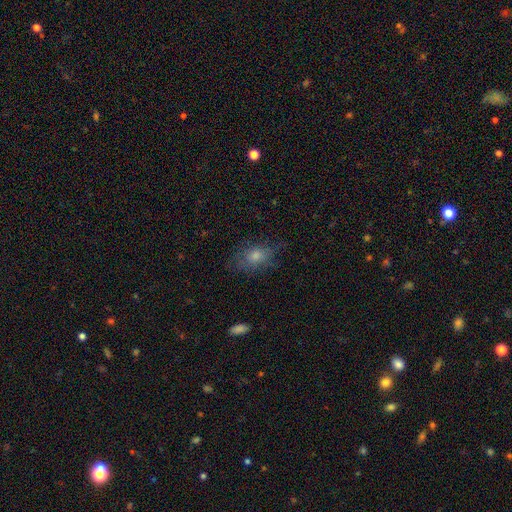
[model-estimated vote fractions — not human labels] A smooth galaxy with no disk features (61%) that is in between round and cigar-shaped (70%). Merging: none (70%).